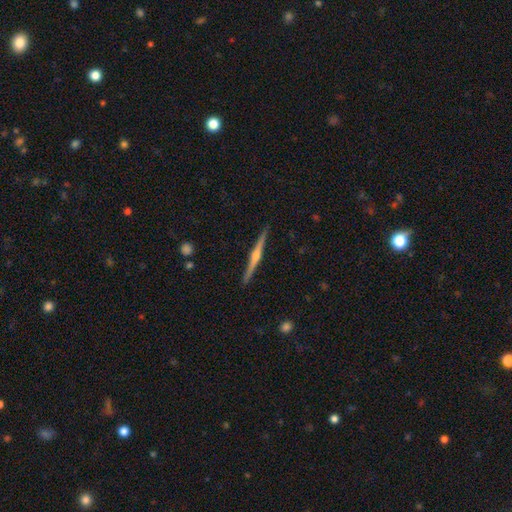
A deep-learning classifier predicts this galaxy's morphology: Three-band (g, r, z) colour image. It shows a featured or disk galaxy (82%) viewed edge-on (99%) with a rounded central bulge (89%). Merging: none (92%).